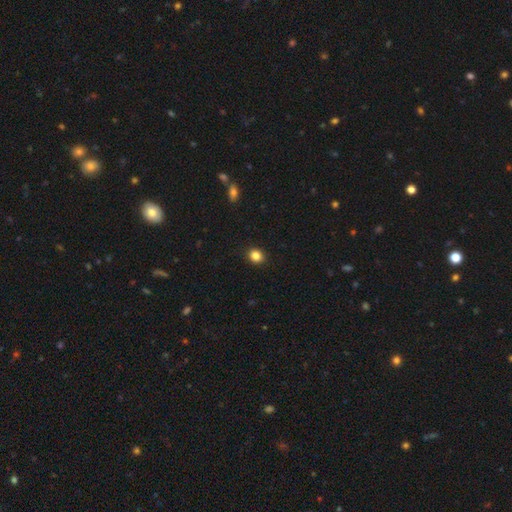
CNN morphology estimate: A smooth galaxy with no disk features (85%) that is round (66%).

Vote fractions:
- Smooth or featured? smooth: 85% / star or artifact: 11% / featured or disk: 4%
- How rounded? round: 66% / in between: 33% / cigar-shaped: 1%
- Merging? none: 91% / minor disturbance: 6% / major disturbance: 2% / merger: 1%